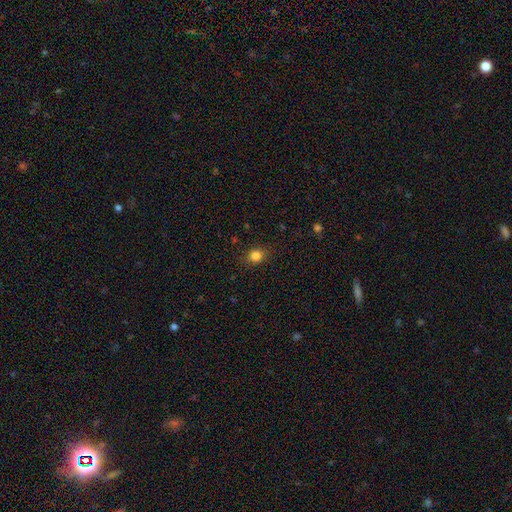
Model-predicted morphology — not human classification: This appears to be a smooth galaxy with no disk features (83%) that is round (73%). Merging: none (86%).